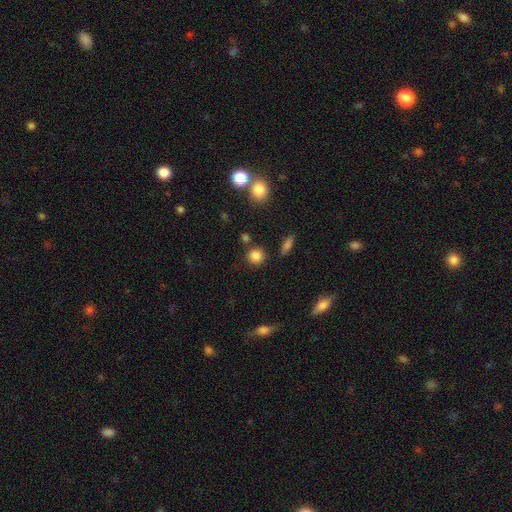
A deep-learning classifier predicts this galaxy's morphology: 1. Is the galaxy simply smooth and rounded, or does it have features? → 83% smooth, 11% star or artifact, 5% featured or disk.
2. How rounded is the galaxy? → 90% round, 8% in between, 1% cigar-shaped.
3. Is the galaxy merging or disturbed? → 83% none, 8% minor disturbance, 6% merger, 3% major disturbance.